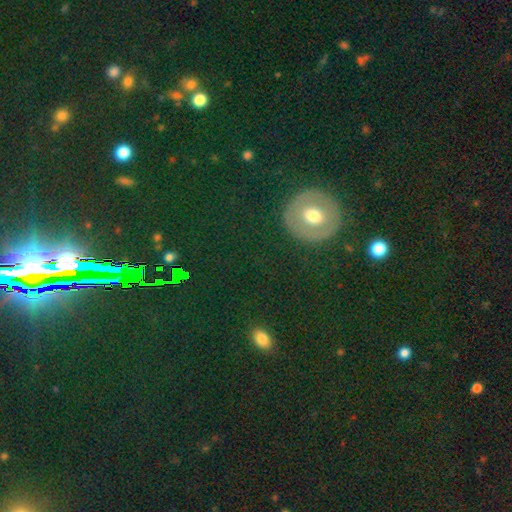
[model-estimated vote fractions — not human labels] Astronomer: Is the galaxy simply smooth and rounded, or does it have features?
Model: smooth — 44% (runner-up: star or artifact, 33%).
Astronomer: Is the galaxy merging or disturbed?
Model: none — 90%.